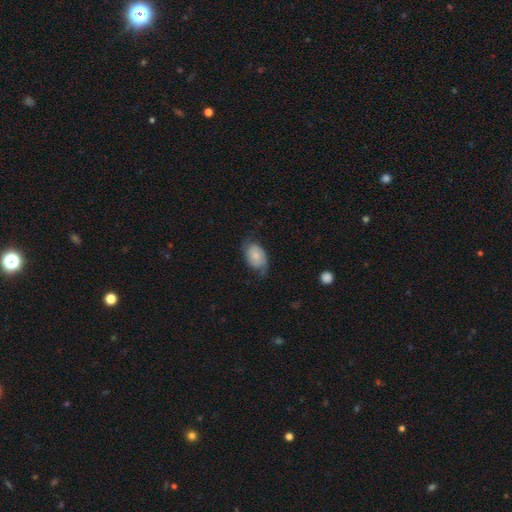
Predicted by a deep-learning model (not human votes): The model was most divided on "smooth or featured": smooth: 54%, featured or disk: 39%, star or artifact: 7%. More confident: how rounded — in between (85%); merging — none (56%).